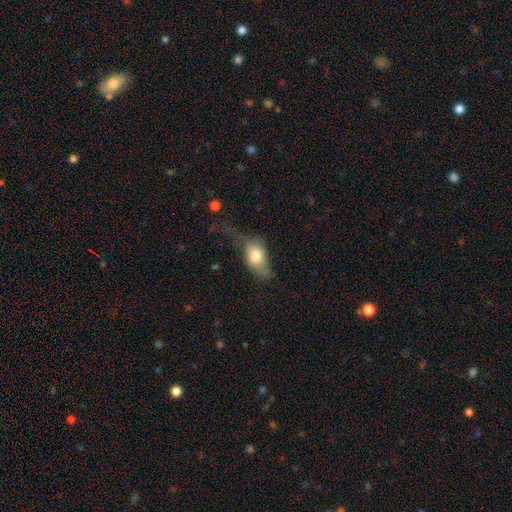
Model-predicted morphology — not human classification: A smooth galaxy with no disk features (73%) that is in between round and cigar-shaped (86%). Merging: major disturbance (38%).